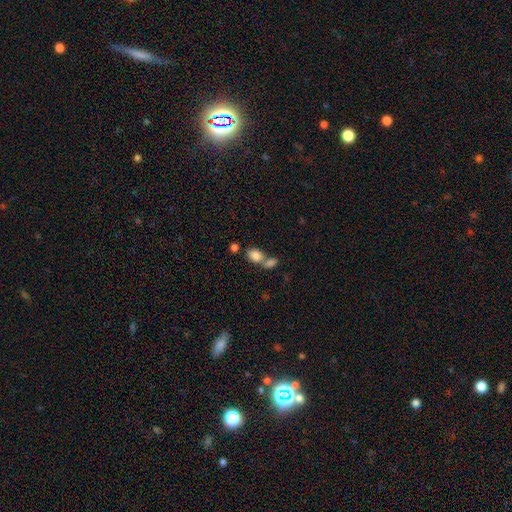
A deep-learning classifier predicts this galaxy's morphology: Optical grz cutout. It shows a smooth galaxy with no disk features (84%) that is in between round and cigar-shaped (79%). Merging: merger (50%).